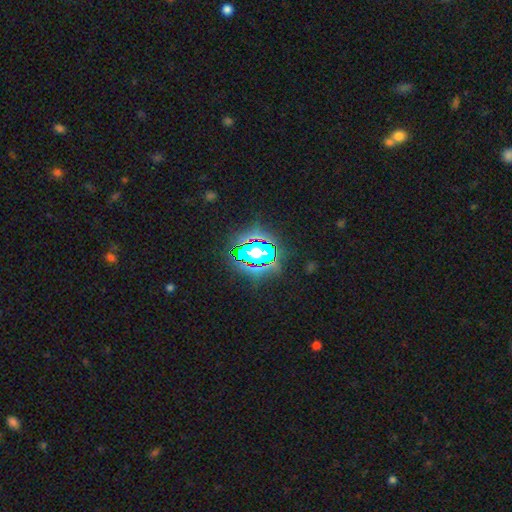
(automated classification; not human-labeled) This appears to be a star or artifact, not a galaxy (81%).